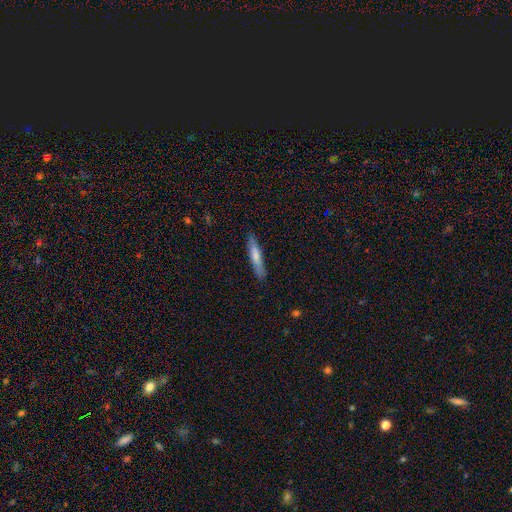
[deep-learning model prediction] Smooth or featured? smooth (69%)
How rounded? cigar-shaped (90%)
Merging? none (86%)